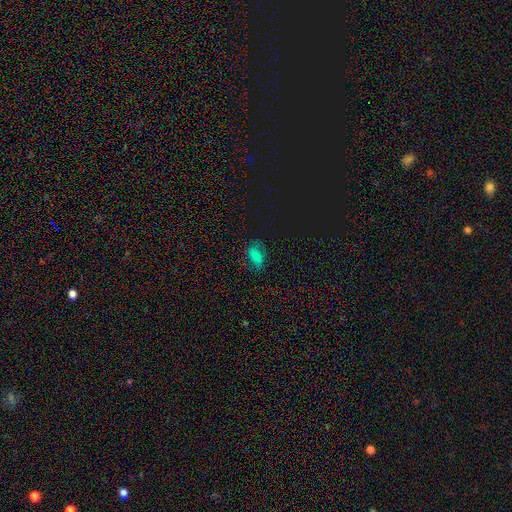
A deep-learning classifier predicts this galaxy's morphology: type=smooth (54%); roundness=in between (84%); merging=none (69%).